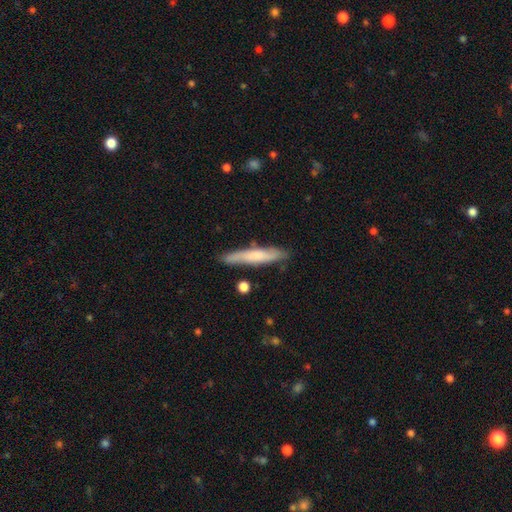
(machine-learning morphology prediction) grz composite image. It shows a smooth galaxy with no disk features (60%) that is cigar-shaped (91%). Merging: none (82%).